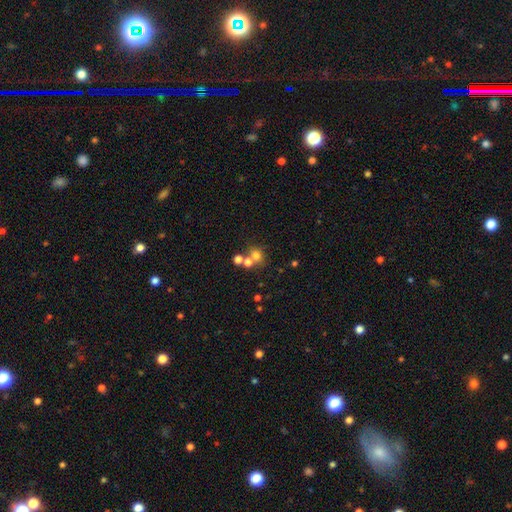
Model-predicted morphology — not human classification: A smooth galaxy with no disk features (67%) that is round (75%). Merging: none (51%).